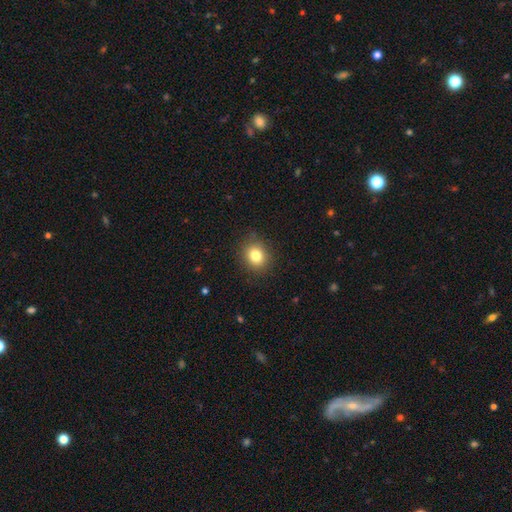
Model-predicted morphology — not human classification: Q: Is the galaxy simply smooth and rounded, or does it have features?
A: smooth — 81%.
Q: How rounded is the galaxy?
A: round — 68%.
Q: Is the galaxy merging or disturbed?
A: none — 86%.